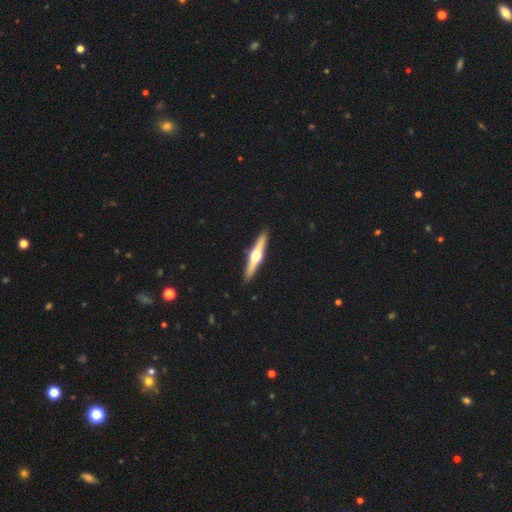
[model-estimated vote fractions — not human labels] Smooth or featured?
  - featured or disk: 73% *
  - smooth: 22%
  - star or artifact: 5%
Edge-on disk?
  - yes: 98% *
  - no: 2%
Edge-on bulge?
  - rounded: 96% *
  - boxy: 2%
  - none: 2%
Merging?
  - none: 92% *
  - minor disturbance: 6%
  - major disturbance: 1%
  - merger: 1%